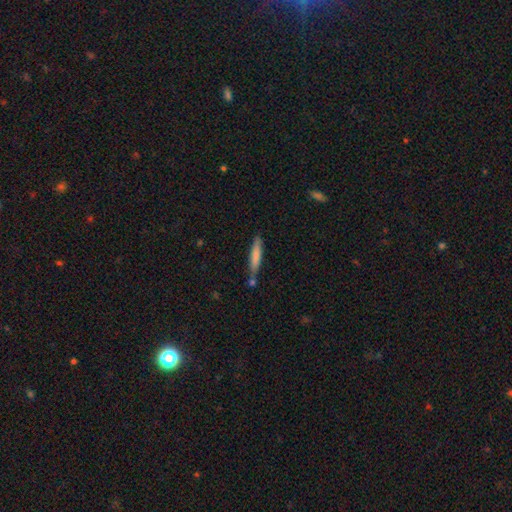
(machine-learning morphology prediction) The model was most divided on "merging": none: 68%, minor disturbance: 17%, merger: 11%, major disturbance: 4%. More confident: how rounded — cigar-shaped (89%); smooth or featured — smooth (74%).